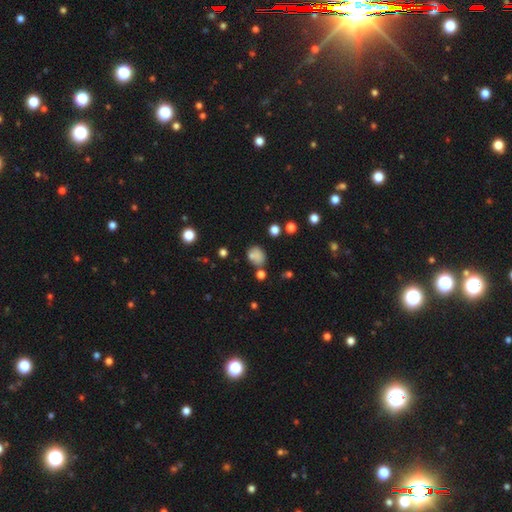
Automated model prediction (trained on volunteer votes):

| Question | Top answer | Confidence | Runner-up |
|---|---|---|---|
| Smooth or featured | smooth | 76% | star or artifact (15%) |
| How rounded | round | 50% | in between (49%) |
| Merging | none | 59% | minor disturbance (20%) |